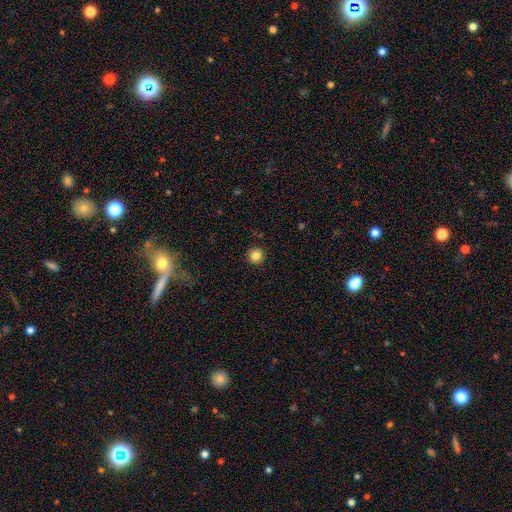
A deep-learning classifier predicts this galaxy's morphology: Smooth or featured? Predicted: smooth (p=0.84). How rounded? Predicted: round (p=0.93). Merging? Predicted: none (p=0.91).